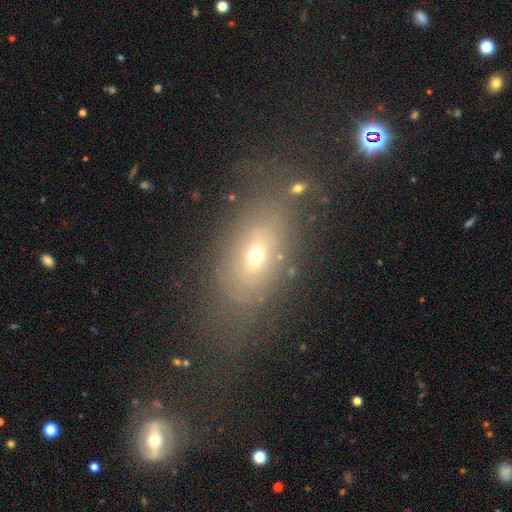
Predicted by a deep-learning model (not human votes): A smooth galaxy with no disk features (55%) that is in between round and cigar-shaped (76%). Merging: none (56%).